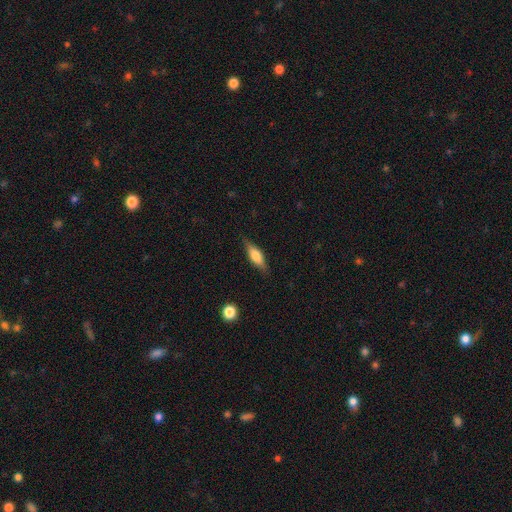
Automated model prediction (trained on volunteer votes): A smooth galaxy with no disk features (56%) that is in between round and cigar-shaped (51%).

Vote fractions:
- Smooth or featured? smooth: 56% / featured or disk: 37% / star or artifact: 7%
- How rounded? in between: 51% / cigar-shaped: 46% / round: 3%
- Merging? none: 83% / minor disturbance: 13% / major disturbance: 3% / merger: 1%